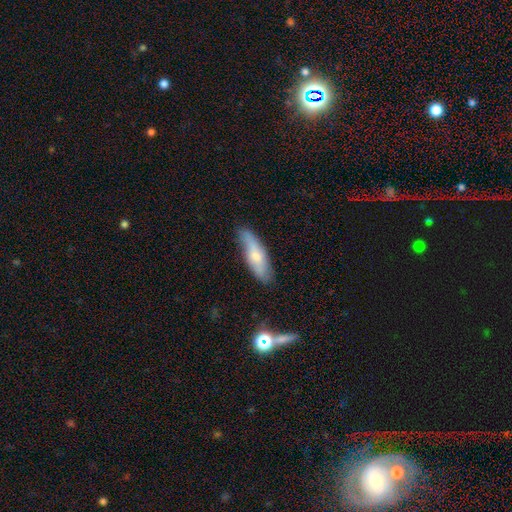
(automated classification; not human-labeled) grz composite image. It shows a smooth galaxy with no disk features (63%) that is cigar-shaped (52%). Merging: none (71%).